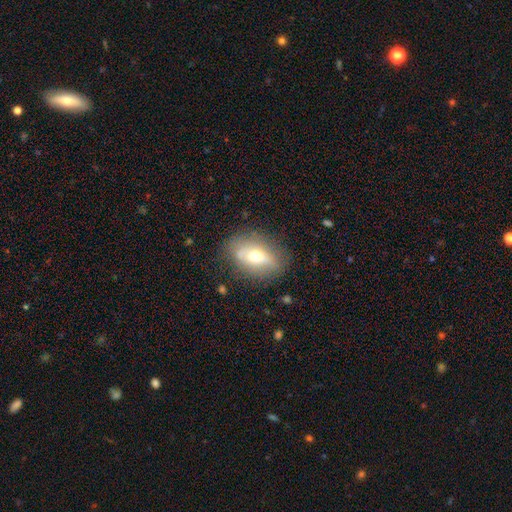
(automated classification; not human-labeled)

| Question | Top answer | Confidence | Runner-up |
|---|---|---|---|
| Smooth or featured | smooth | 50% | featured or disk (41%) |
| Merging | none | 73% | minor disturbance (18%) |